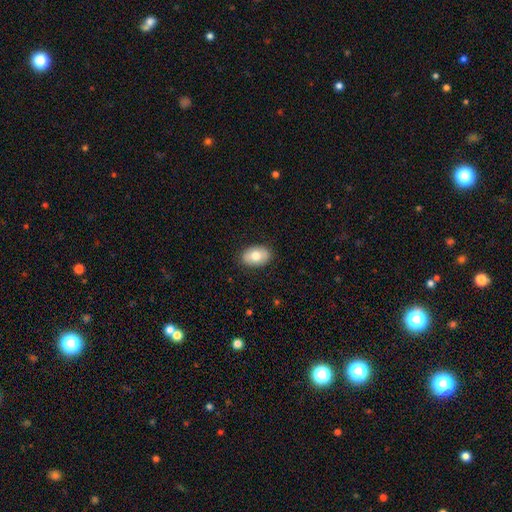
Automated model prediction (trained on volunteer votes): smooth 74%, featured or disk 19%, star or artifact 7%. Down the decision tree: how rounded — in between (84%); merging — none (86%).